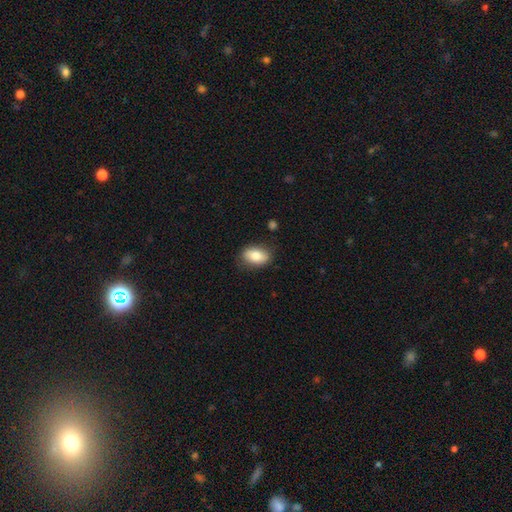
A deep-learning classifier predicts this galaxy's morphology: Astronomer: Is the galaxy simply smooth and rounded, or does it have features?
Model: smooth — 82%.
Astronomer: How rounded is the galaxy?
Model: in between — 86%.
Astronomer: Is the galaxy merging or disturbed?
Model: none — 80%.